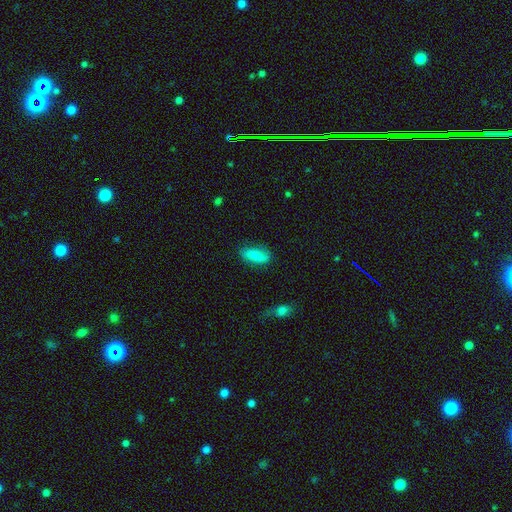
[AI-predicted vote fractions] smooth_or_featured: smooth (p=0.83) [alt: featured or disk p=0.10]
how_rounded: in between (p=0.75) [alt: cigar-shaped p=0.22]
merging: none (p=0.75) [alt: minor disturbance p=0.18]